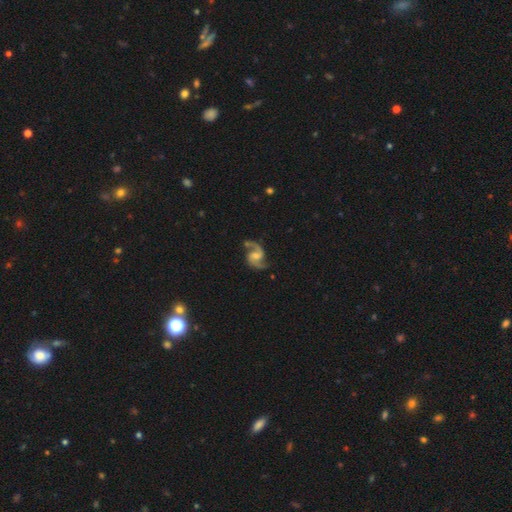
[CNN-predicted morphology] type=featured or disk (92%); edge-on=no (98%); bar=weak (46%); spiral arms=yes (98%); winding=medium (46%, tied with loose); arm count=2 (94%); bulge=small (39%, tied with moderate); merging=none (77%).